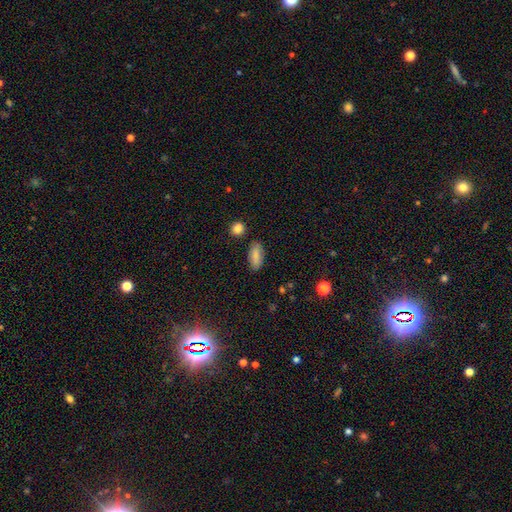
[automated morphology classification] Smooth or featured? smooth (85%)
How rounded? in between (85%)
Merging? none (83%)